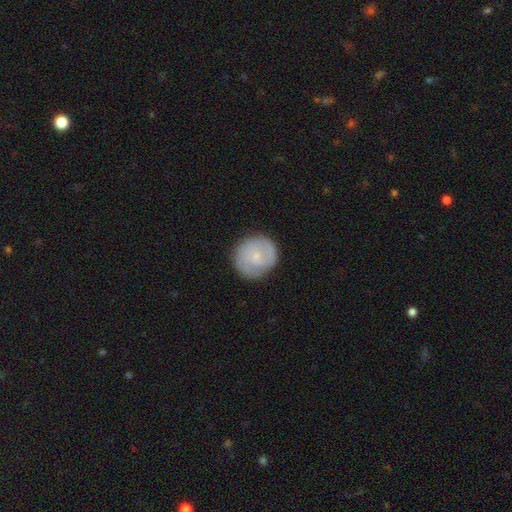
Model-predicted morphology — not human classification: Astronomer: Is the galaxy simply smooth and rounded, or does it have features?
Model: smooth — 47% (runner-up: featured or disk, 46%).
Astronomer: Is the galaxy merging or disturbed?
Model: none — 81%.